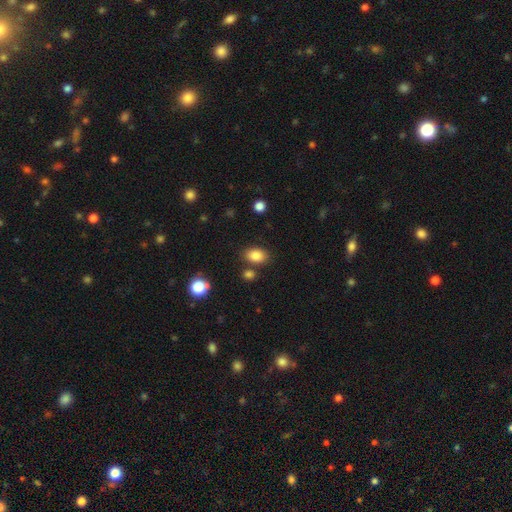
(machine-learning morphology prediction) smooth_or_featured: smooth (p=0.84) [alt: star or artifact p=0.10]
how_rounded: in between (p=0.81) [alt: round p=0.18]
merging: none (p=0.78) [alt: minor disturbance p=0.11]